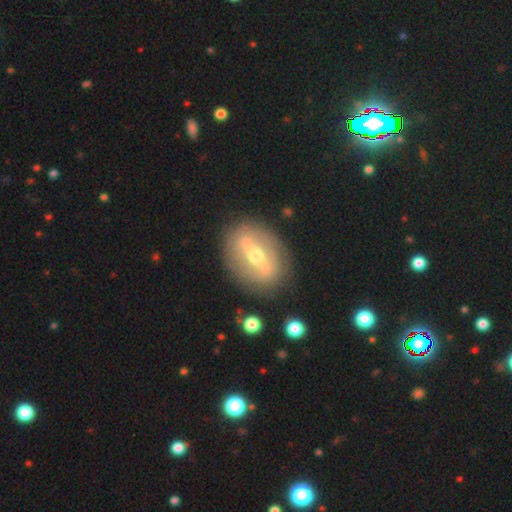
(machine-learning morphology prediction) Overall: featured or disk (75%). Edge-on disk: no (77%). Bar: strong (74%). Spiral arms: no (71%). Bulge size: moderate (70%). Merging: none (83%).